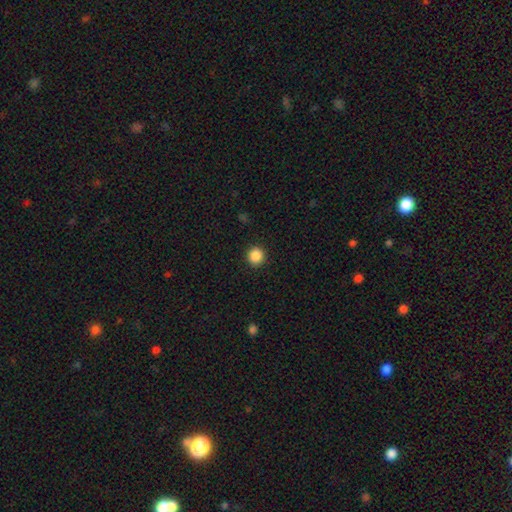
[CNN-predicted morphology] Q: Smooth or featured?
A: smooth (87%); runner-up: star or artifact (10%)
Q: How rounded?
A: round (94%); runner-up: in between (5%)
Q: Merging?
A: none (92%); runner-up: minor disturbance (5%)